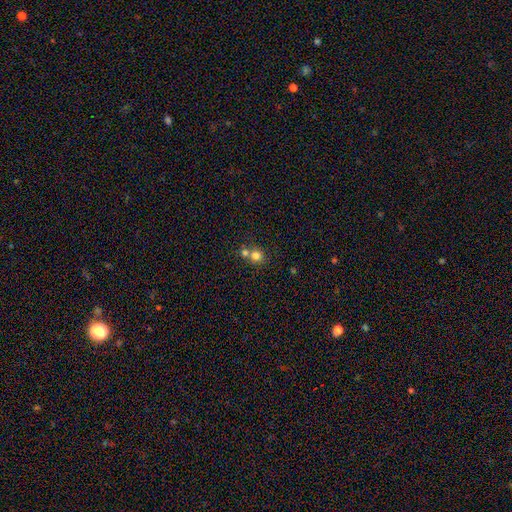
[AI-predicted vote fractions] Smooth or featured: smooth — 78% (star or artifact — 13%)
How rounded: round — 85% (in between — 14%)
Merging: merger — 49% (none — 43%)